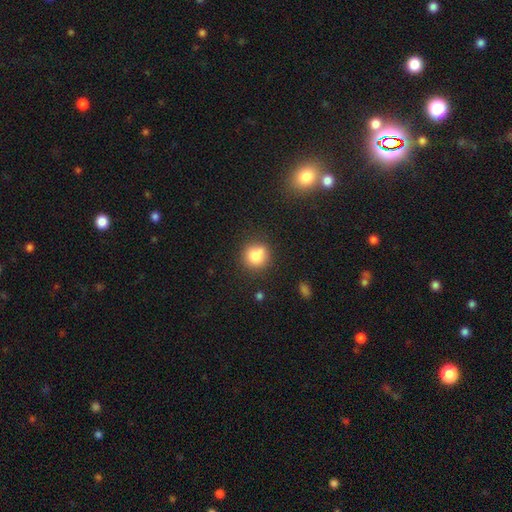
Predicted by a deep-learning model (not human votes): This appears to be a smooth galaxy with no disk features (79%) that is round (85%). Merging: none (67%).